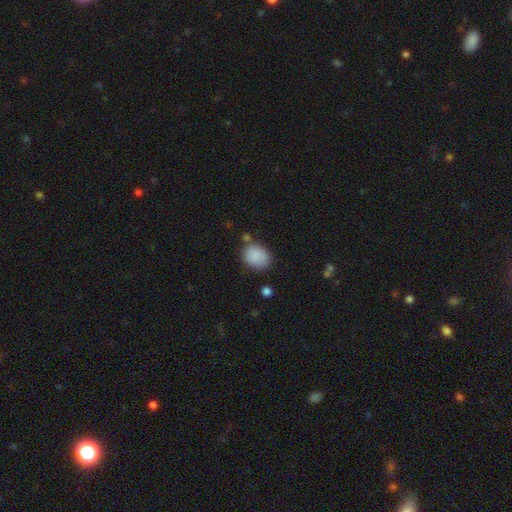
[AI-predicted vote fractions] Smooth or featured: smooth — 88% (star or artifact — 7%)
How rounded: in between — 59% (round — 40%)
Merging: none — 67% (minor disturbance — 20%)